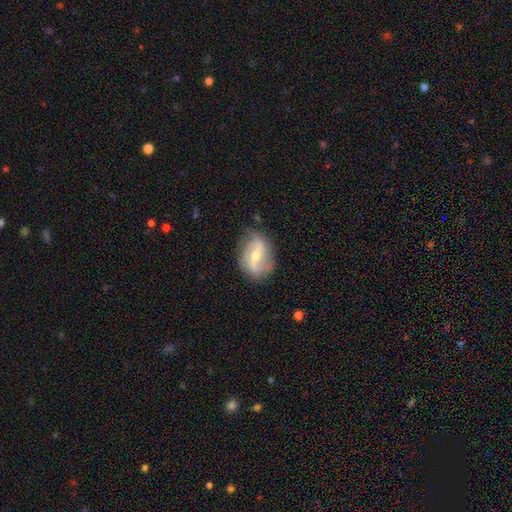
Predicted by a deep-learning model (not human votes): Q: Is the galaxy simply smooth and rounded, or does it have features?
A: featured or disk — 72%.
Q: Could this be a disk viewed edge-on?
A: no — 95%.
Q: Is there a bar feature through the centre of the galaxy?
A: weak — 46%.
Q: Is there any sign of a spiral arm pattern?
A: yes — 83%.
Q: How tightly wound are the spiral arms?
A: loose — 53%.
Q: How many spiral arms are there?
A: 2 — 84%.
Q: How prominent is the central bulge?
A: moderate — 61%.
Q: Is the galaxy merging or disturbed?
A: none — 74%.